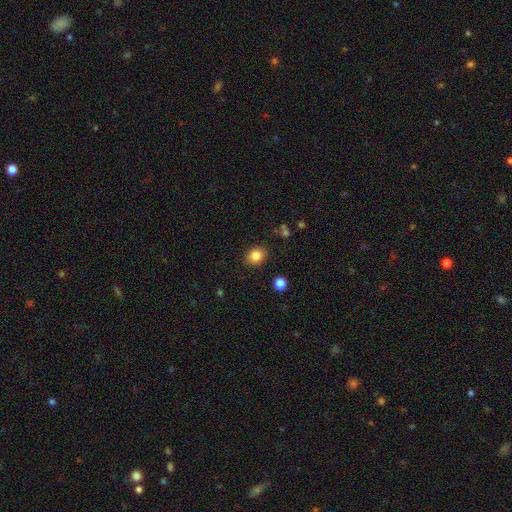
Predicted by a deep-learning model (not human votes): A smooth galaxy with no disk features (84%) that is round (65%). Merging: none (86%).